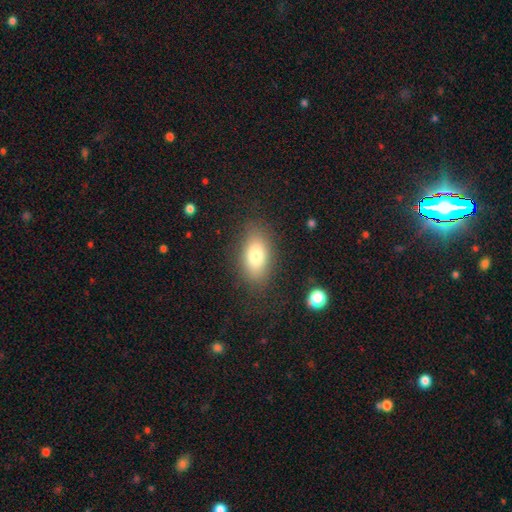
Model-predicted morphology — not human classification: This appears to be a smooth galaxy with no disk features (79%) that is in between round and cigar-shaped (89%). Merging: none (82%).